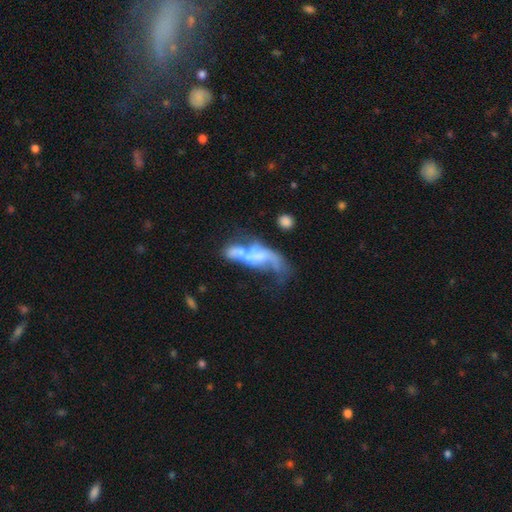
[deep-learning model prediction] Q: Smooth or featured?
A: featured or disk (61%); runner-up: smooth (30%)
Q: Edge-on disk?
A: no (90%); runner-up: yes (10%)
Q: Bar?
A: no (68%); runner-up: weak (22%)
Q: Spiral arms?
A: no (54%); runner-up: yes (46%)
Q: Bulge size?
A: none (41%); runner-up: small (29%)
Q: Merging?
A: merger (50%); runner-up: major disturbance (24%)